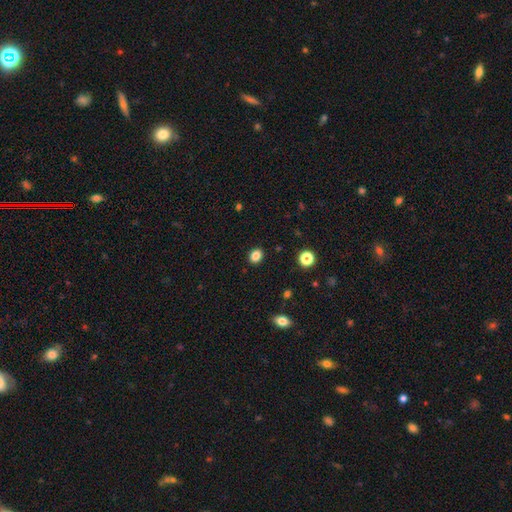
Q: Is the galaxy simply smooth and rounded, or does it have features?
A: smooth — 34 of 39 (87%).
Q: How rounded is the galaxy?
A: round — 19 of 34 (56%).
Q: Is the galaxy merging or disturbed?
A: none — 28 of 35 (80%).